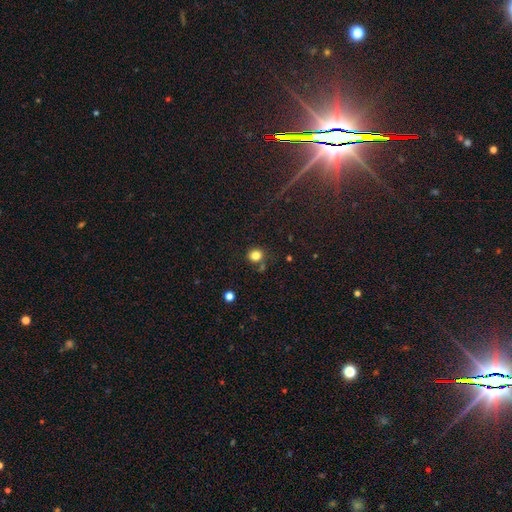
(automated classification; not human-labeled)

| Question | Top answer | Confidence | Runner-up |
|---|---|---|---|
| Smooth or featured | smooth | 82% | star or artifact (13%) |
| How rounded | round | 81% | in between (18%) |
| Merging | none | 77% | minor disturbance (11%) |